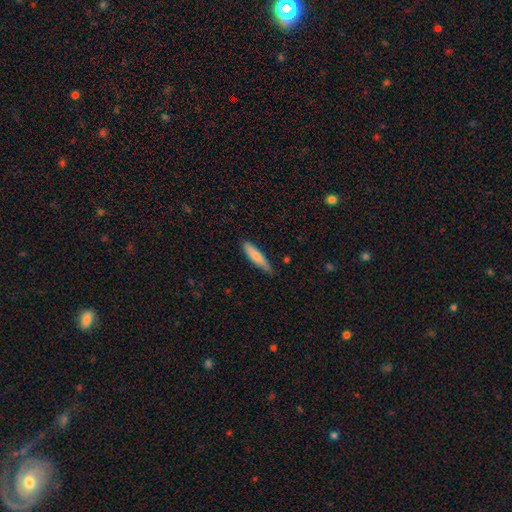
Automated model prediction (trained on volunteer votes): A smooth galaxy with no disk features (76%) that is cigar-shaped (84%). Merging: none (82%).